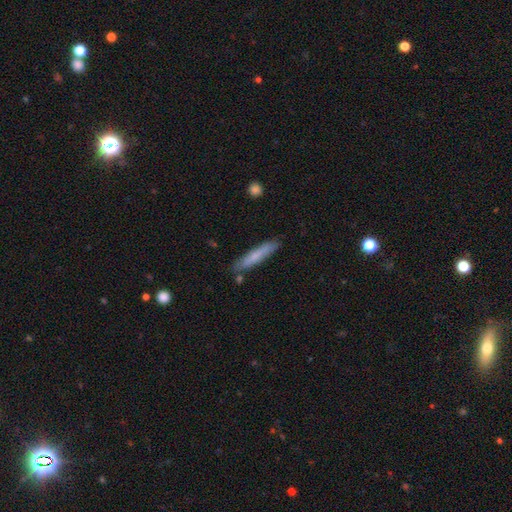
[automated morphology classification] Smooth or featured?
  - smooth: 69% *
  - featured or disk: 25%
  - star or artifact: 6%
How rounded?
  - cigar-shaped: 92% *
  - in between: 7%
  - round: 1%
Merging?
  - none: 82% *
  - minor disturbance: 12%
  - merger: 3%
  - major disturbance: 2%